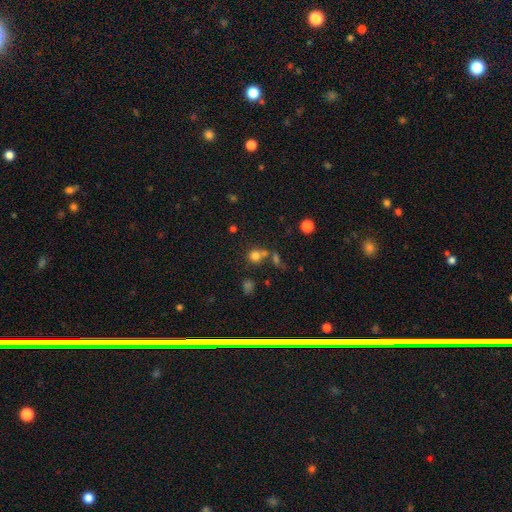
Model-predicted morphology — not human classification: Smooth or featured: smooth — 75% (star or artifact — 16%)
How rounded: round — 83% (in between — 15%)
Merging: none — 53% (merger — 30%)